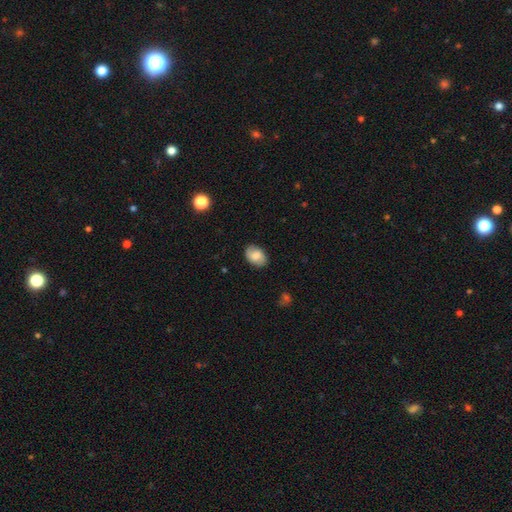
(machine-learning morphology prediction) smooth_or_featured: smooth (p=0.73) [alt: featured or disk p=0.20]
how_rounded: in between (p=0.85) [alt: round p=0.14]
merging: none (p=0.83) [alt: minor disturbance p=0.13]